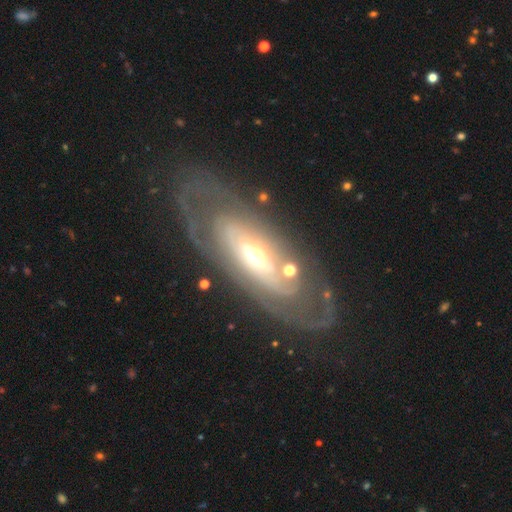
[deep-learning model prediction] The model was most divided on "bulge size": moderate: 55%, small: 34%, large: 8%, dominant: 2%, none: 1%. More confident: edge-on disk — no (84%); smooth or featured — featured or disk (80%); merging — none (71%); spiral arms — yes (69%); bar — no (62%).